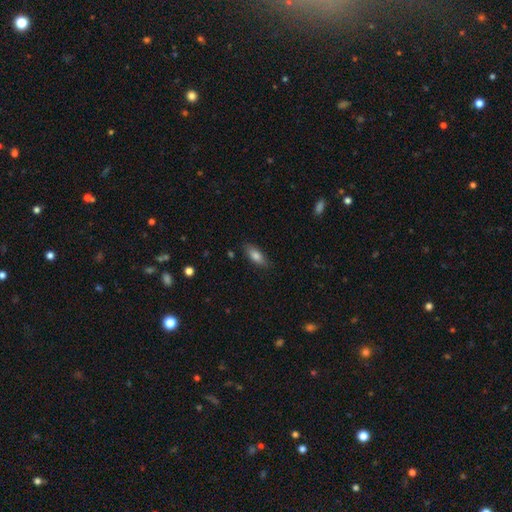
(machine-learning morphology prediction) smooth_or_featured: smooth (p=0.79) [alt: featured or disk p=0.14]
how_rounded: in between (p=0.74) [alt: cigar-shaped p=0.23]
merging: none (p=0.84) [alt: minor disturbance p=0.12]